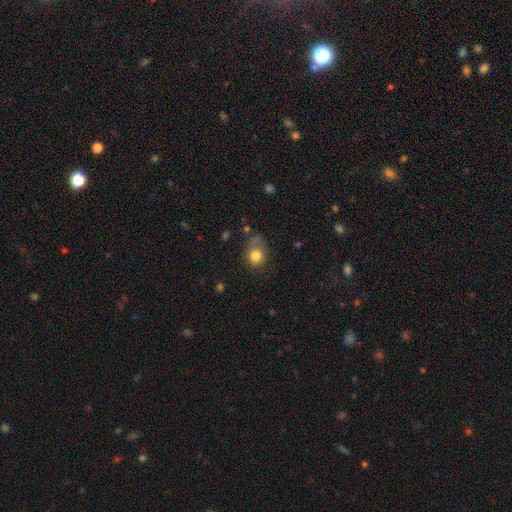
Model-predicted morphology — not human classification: Smooth or featured? Predicted: smooth (p=0.80). How rounded? Predicted: round (p=0.71). Merging? Predicted: none (p=0.53).